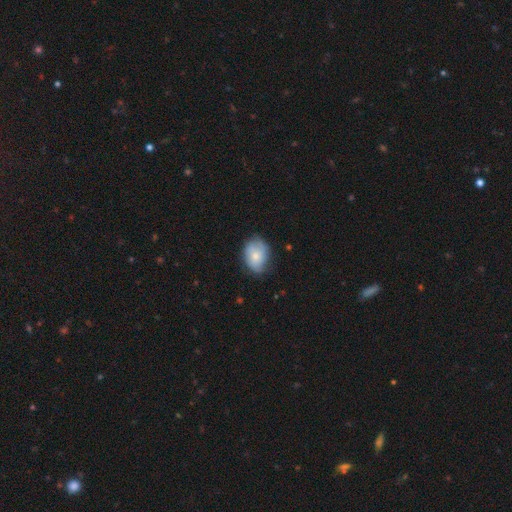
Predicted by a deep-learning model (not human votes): Q: Smooth or featured?
A: smooth (65%); runner-up: featured or disk (28%)
Q: How rounded?
A: in between (65%); runner-up: round (34%)
Q: Merging?
A: none (61%); runner-up: minor disturbance (30%)